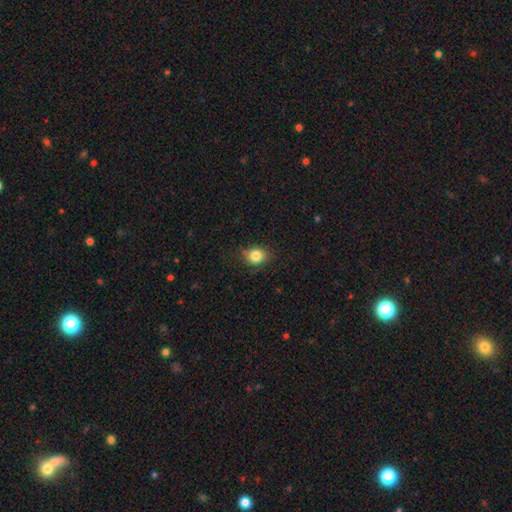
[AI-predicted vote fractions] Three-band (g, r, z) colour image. It shows a smooth galaxy with no disk features (83%) that is round (70%). Merging: none (80%).